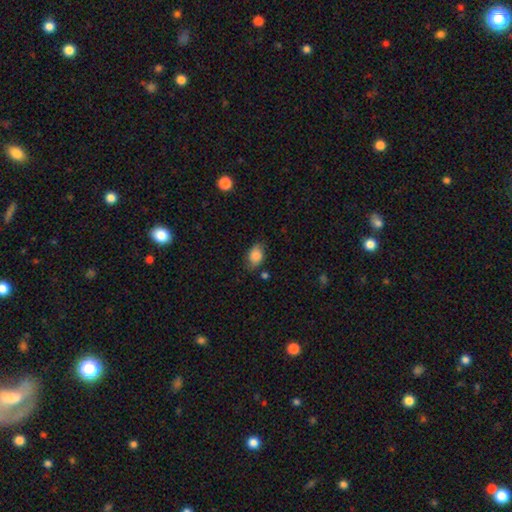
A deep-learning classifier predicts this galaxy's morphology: smooth 84%, featured or disk 8%, star or artifact 8%. Down the decision tree: how rounded — in between (83%); merging — none (74%).